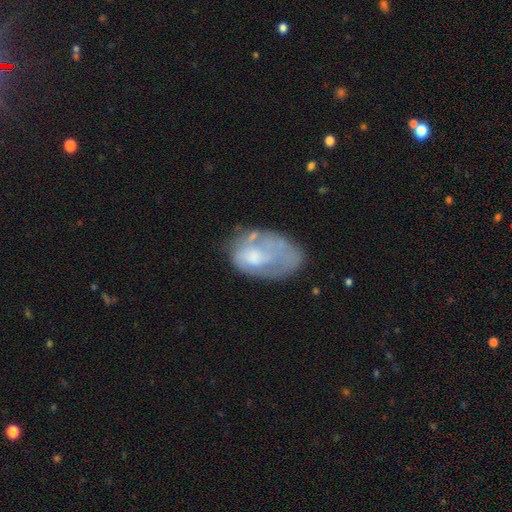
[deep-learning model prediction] smooth_or_featured: featured or disk (p=0.46) [tied with: smooth p=0.46]
merging: none (p=0.38) [alt: minor disturbance p=0.28]